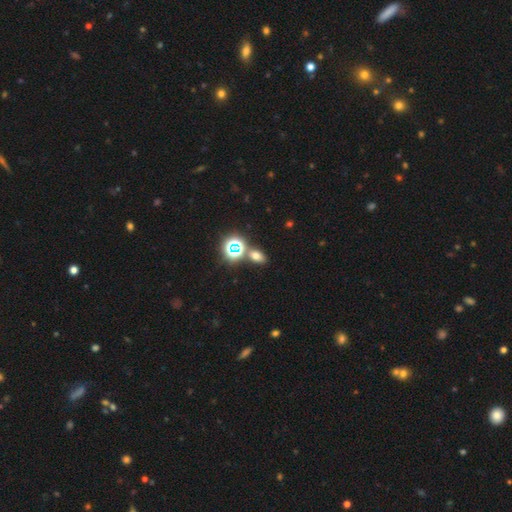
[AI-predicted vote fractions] smooth_or_featured: smooth (p=0.61) [alt: star or artifact p=0.29]
how_rounded: in between (p=0.76) [alt: round p=0.21]
merging: none (p=0.77) [alt: merger p=0.12]